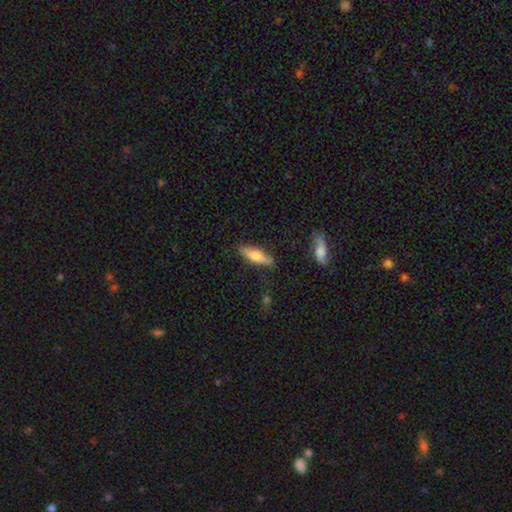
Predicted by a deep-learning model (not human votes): smooth 57%, featured or disk 37%, star or artifact 6%. Down the decision tree: how rounded — cigar-shaped (63%); merging — none (82%).